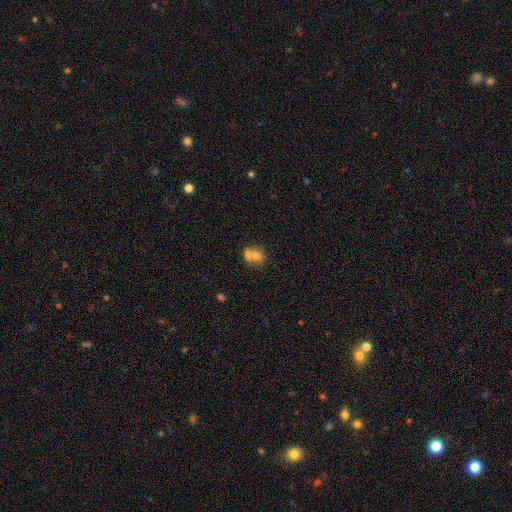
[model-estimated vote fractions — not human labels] The model was most divided on "merging": merger: 57%, none: 32%, minor disturbance: 8%, major disturbance: 3%. More confident: how rounded — round (73%); smooth or featured — smooth (68%).